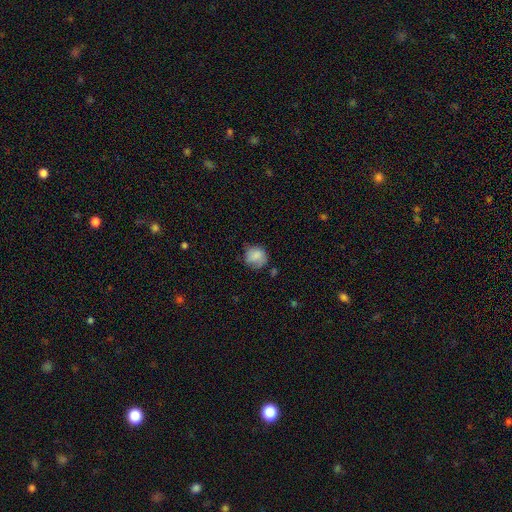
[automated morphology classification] Smooth or featured?
  - smooth: 77% *
  - featured or disk: 15%
  - star or artifact: 8%
How rounded?
  - round: 77% *
  - in between: 22%
  - cigar-shaped: 1%
Merging?
  - none: 58% *
  - minor disturbance: 29%
  - major disturbance: 10%
  - merger: 3%